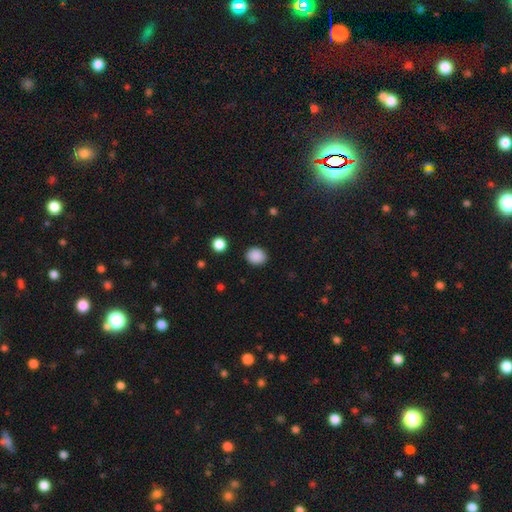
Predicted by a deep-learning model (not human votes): This appears to be a smooth galaxy with no disk features (88%) that is round (63%). Merging: none (88%).